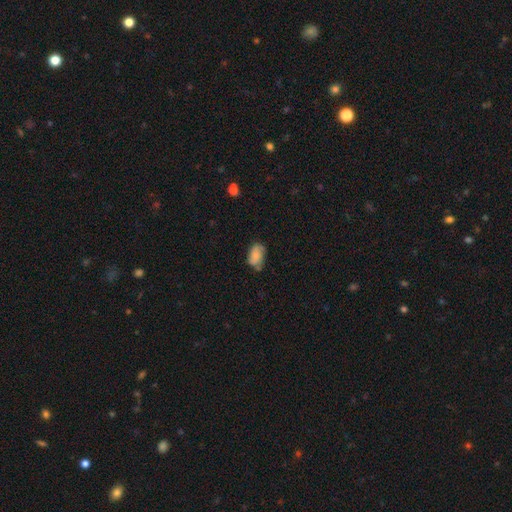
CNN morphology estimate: type=smooth (70%); roundness=in between (89%); merging=none (53%).